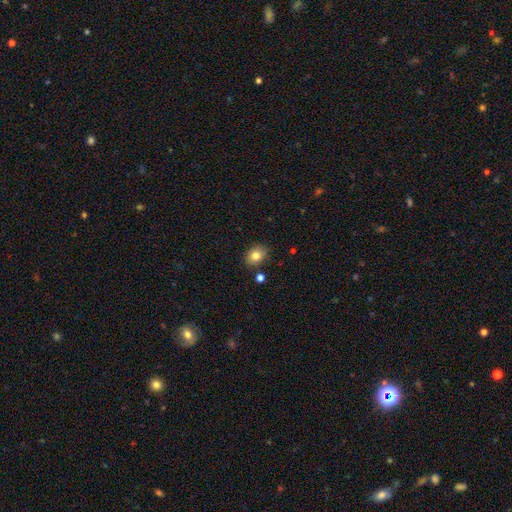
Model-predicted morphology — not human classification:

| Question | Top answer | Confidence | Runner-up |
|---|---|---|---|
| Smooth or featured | smooth | 80% | star or artifact (10%) |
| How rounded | in between | 61% | round (38%) |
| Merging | none | 84% | minor disturbance (11%) |